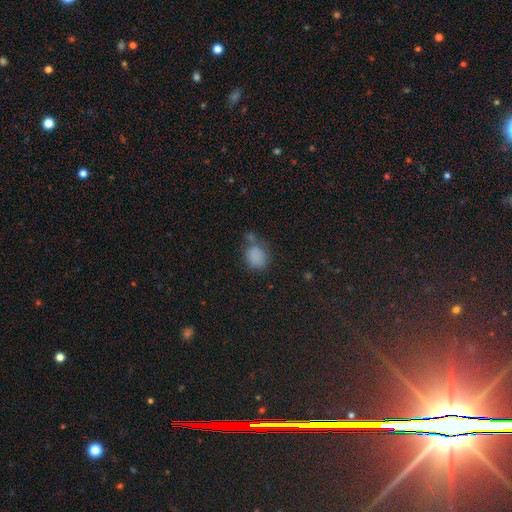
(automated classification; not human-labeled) Morphology: type=smooth (81%); roundness=in between (52%); merging=none (49%).